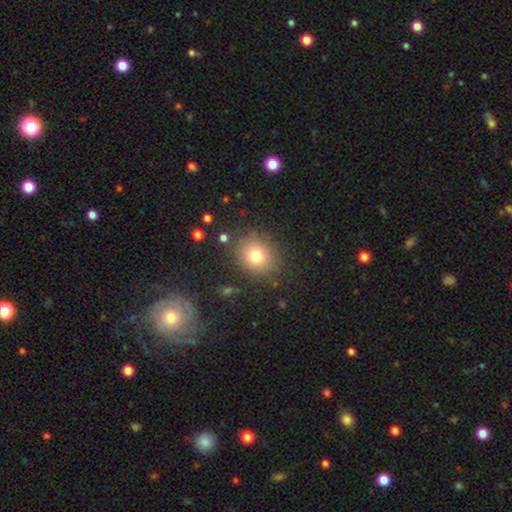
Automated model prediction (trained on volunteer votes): Smooth or featured: smooth — 76% (star or artifact — 14%)
How rounded: round — 72% (in between — 27%)
Merging: none — 85% (minor disturbance — 9%)